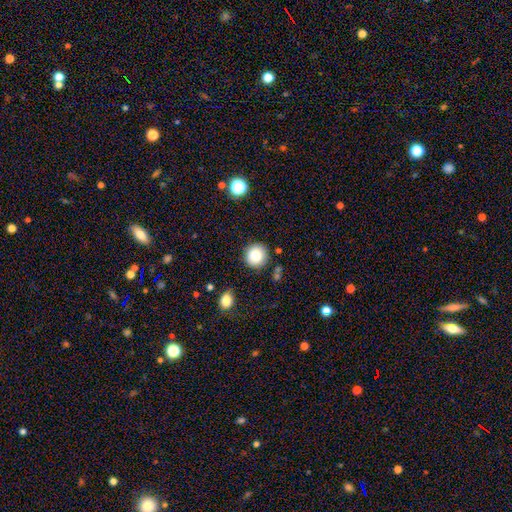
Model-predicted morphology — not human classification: type=smooth (83%); roundness=round (93%); merging=none (86%).